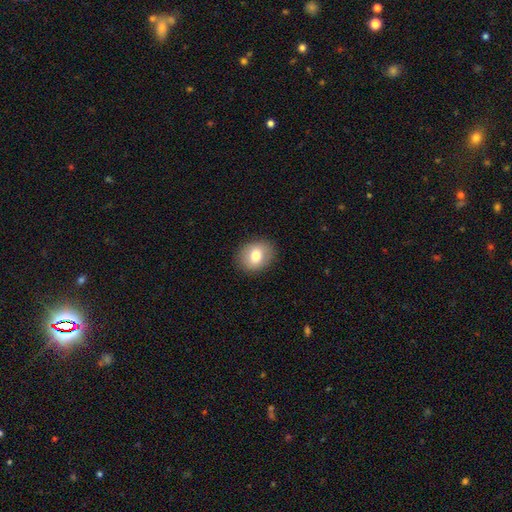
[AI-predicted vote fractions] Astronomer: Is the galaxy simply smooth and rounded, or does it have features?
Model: smooth — 77%.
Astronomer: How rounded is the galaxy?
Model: round — 55% (runner-up: in between, 44%).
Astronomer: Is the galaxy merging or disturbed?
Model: none — 88%.